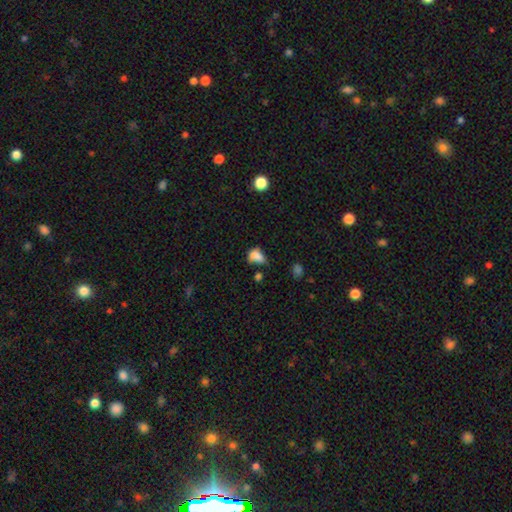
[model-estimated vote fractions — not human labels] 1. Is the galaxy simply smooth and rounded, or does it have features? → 76% smooth, 13% star or artifact, 11% featured or disk.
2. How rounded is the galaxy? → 77% in between, 19% round, 4% cigar-shaped.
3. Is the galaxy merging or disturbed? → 30% minor disturbance (tied), 30% none (tied), 21% major disturbance, 18% merger.